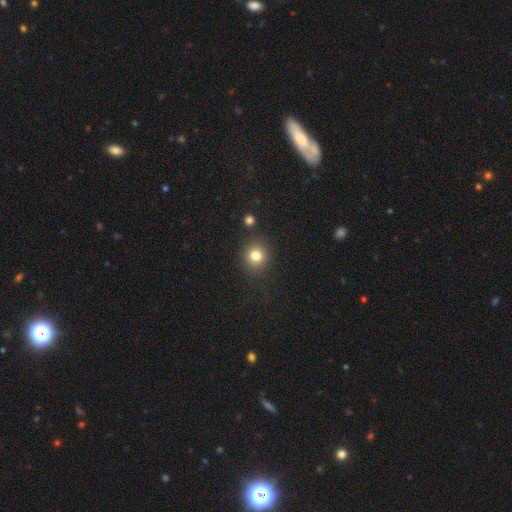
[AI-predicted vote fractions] Overall: smooth (80%). How rounded: round (87%). Merging: none (84%).